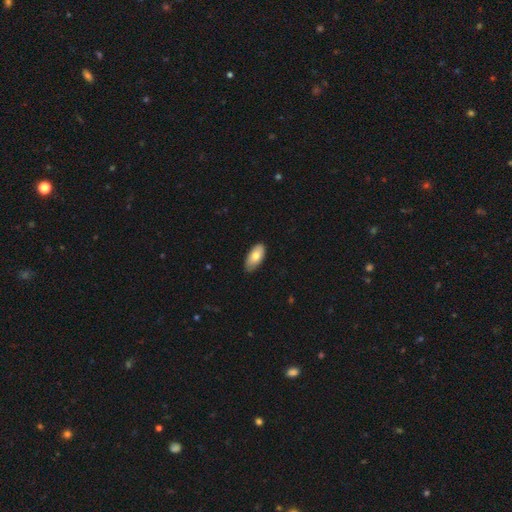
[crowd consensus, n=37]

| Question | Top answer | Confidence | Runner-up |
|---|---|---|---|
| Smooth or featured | smooth | 81% | featured or disk (16%) |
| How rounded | in between | 100% | — |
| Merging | none | 83% | minor disturbance (14%) |